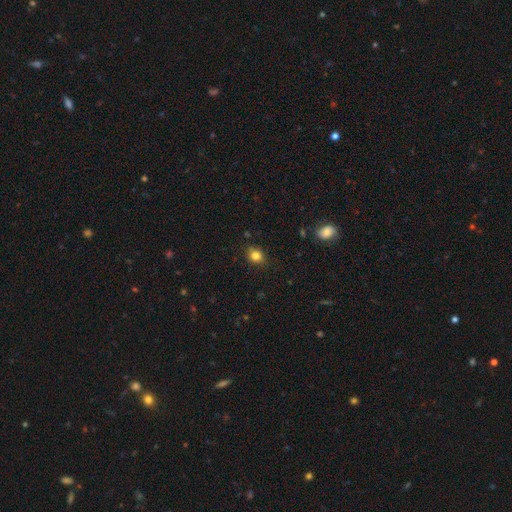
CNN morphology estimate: smooth_or_featured: smooth (p=0.81) [alt: star or artifact p=0.12]
how_rounded: round (p=0.55) [alt: in between p=0.43]
merging: none (p=0.84) [alt: minor disturbance p=0.12]